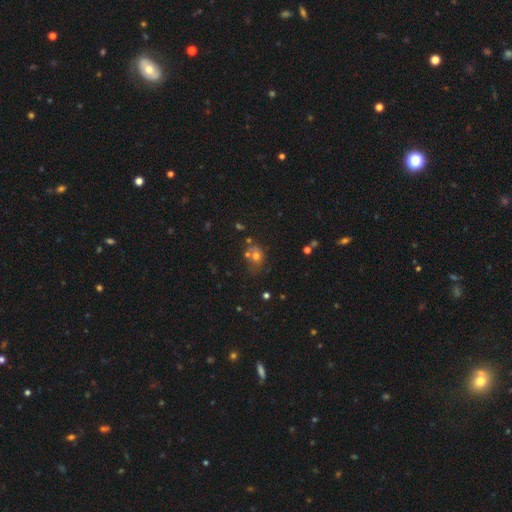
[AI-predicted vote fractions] Q: Smooth or featured?
A: smooth (65%); runner-up: star or artifact (18%)
Q: How rounded?
A: round (58%); runner-up: in between (41%)
Q: Merging?
A: none (49%); runner-up: merger (23%)